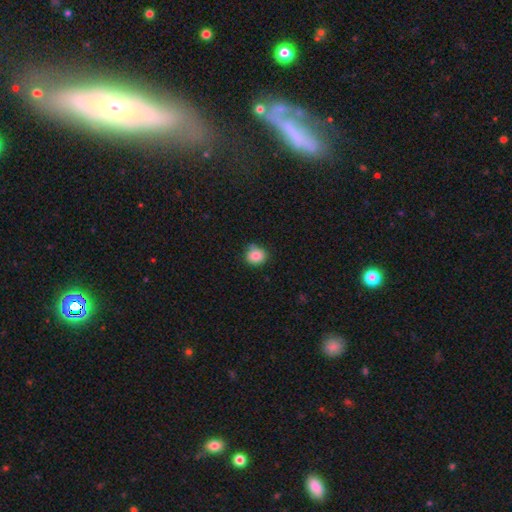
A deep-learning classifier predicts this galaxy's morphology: type=smooth (85%); roundness=round (83%); merging=none (71%).